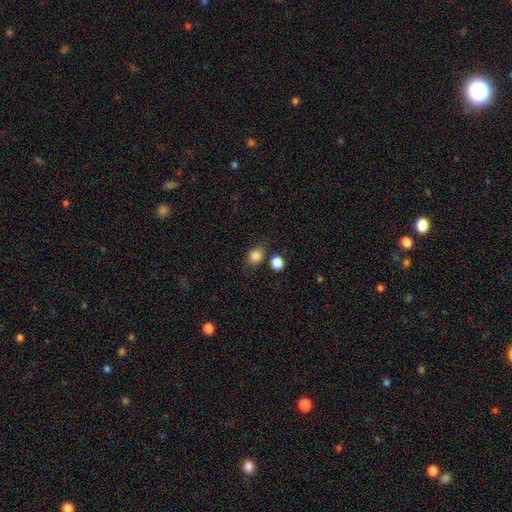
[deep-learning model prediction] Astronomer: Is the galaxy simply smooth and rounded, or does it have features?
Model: smooth — 84%.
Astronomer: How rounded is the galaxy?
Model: round — 55% (runner-up: in between, 44%).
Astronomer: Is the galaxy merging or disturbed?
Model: none — 72%.